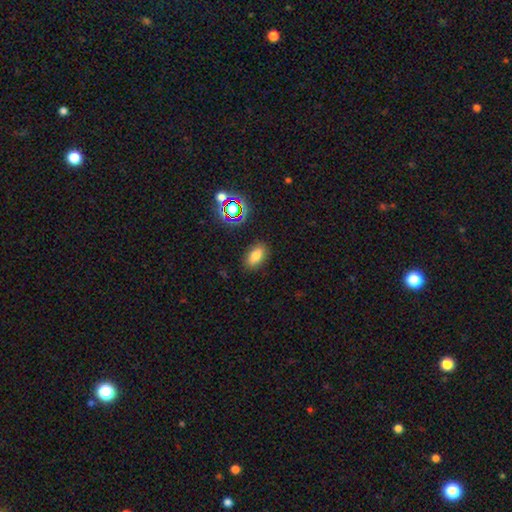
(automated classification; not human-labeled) smooth-or-featured: smooth: 76% | star or artifact: 14% | featured or disk: 10%
  how-rounded: in between: 87% | round: 8% | cigar-shaped: 4%
  merging: none: 86% | minor disturbance: 10% | major disturbance: 3% | merger: 2%